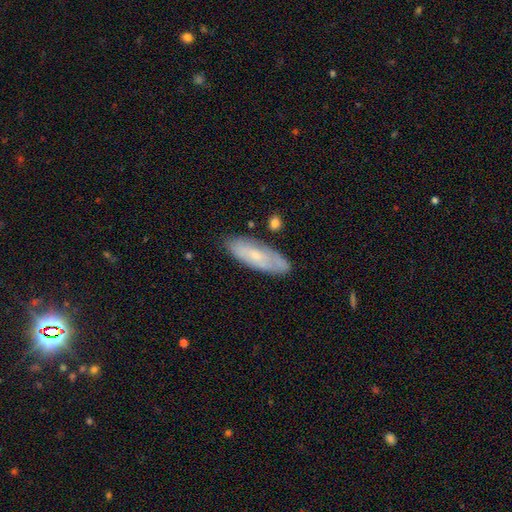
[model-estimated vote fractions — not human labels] Smooth or featured?
  - smooth: 56% *
  - featured or disk: 36%
  - star or artifact: 7%
How rounded?
  - in between: 57% *
  - cigar-shaped: 41%
  - round: 2%
Merging?
  - none: 77% *
  - minor disturbance: 16%
  - major disturbance: 3%
  - merger: 3%